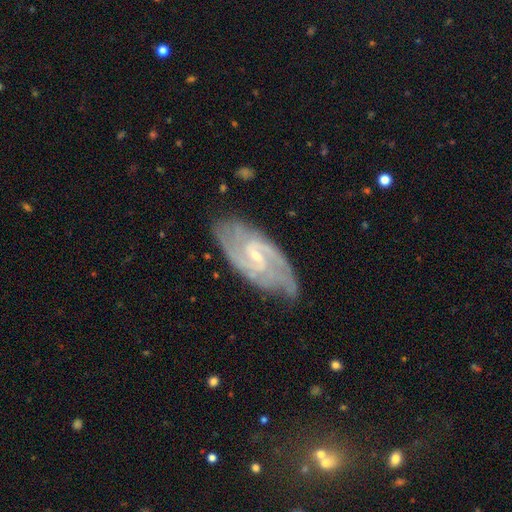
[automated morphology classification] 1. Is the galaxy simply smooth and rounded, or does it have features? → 91% featured or disk, 5% star or artifact, 5% smooth.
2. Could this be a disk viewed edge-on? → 95% no, 5% yes.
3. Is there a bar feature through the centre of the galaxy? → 55% weak, 24% no, 21% strong.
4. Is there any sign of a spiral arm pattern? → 98% yes, 2% no.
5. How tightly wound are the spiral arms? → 51% medium, 37% tight, 13% loose.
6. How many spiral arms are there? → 64% 2, 13% 3, 11% can't tell, 5% 4, 3% more than 4, 3% 1.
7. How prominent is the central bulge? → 76% small, 19% moderate, 3% none, 1% large, 1% dominant.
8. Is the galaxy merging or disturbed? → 76% none, 17% minor disturbance, 5% major disturbance, 2% merger.